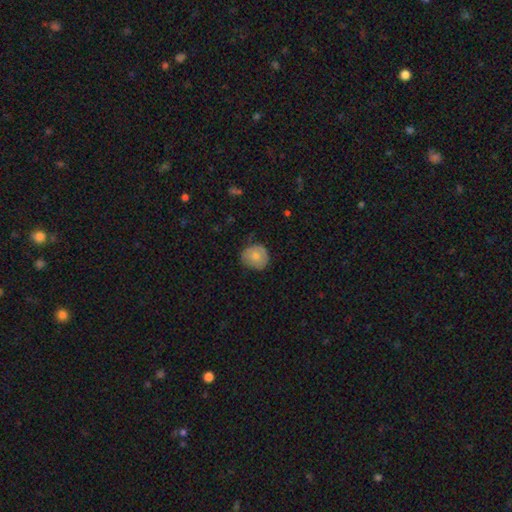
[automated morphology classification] The model was most divided on "merging": none: 68%, minor disturbance: 26%, major disturbance: 5%, merger: 1%. More confident: how rounded — round (81%); smooth or featured — smooth (74%).